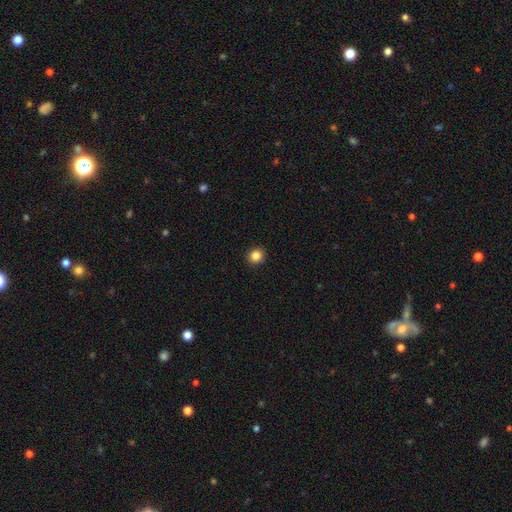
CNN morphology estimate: type=smooth (85%); roundness=round (88%); merging=none (92%).